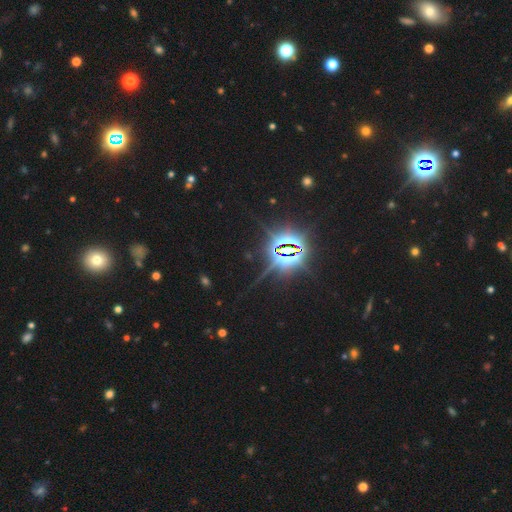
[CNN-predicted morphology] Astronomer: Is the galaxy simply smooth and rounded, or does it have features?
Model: star or artifact — 80%.